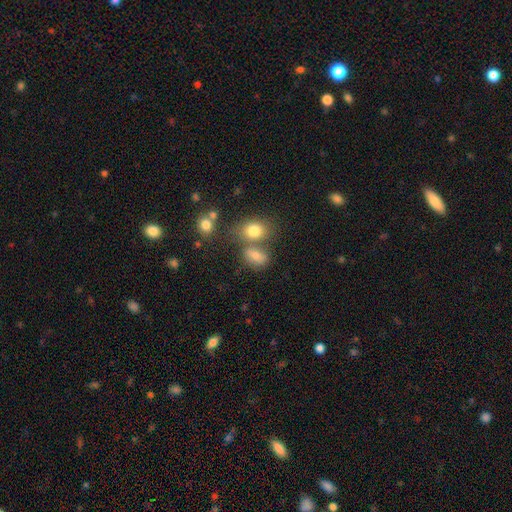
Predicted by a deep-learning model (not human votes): smooth 75%, star or artifact 13%, featured or disk 12%. Down the decision tree: how rounded — in between (73%); merging — none (48%).